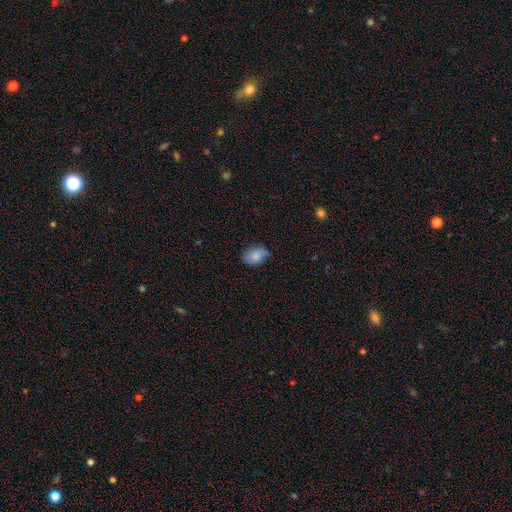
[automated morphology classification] Smooth or featured? Predicted: smooth (p=0.81). How rounded? Predicted: in between (p=0.79). Merging? Predicted: none (p=0.66).